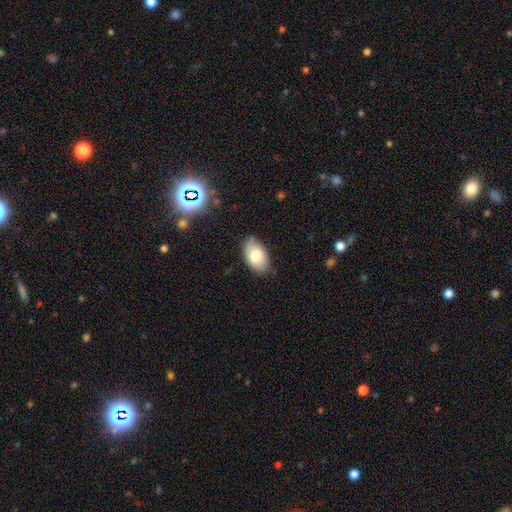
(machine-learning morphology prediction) type=smooth (77%); roundness=in between (92%); merging=none (75%).